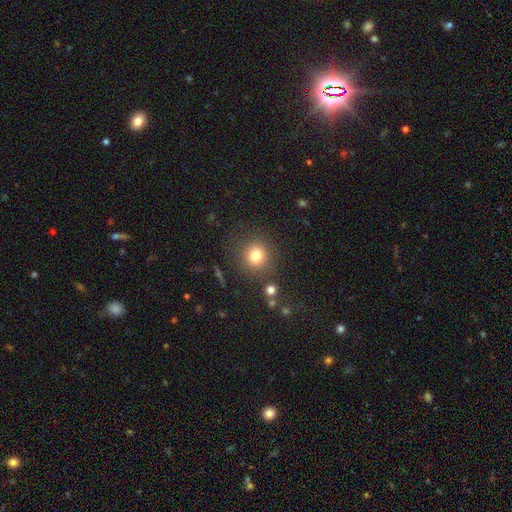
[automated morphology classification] Smooth or featured: smooth — 79% (star or artifact — 13%)
How rounded: round — 90% (in between — 9%)
Merging: none — 85% (minor disturbance — 9%)